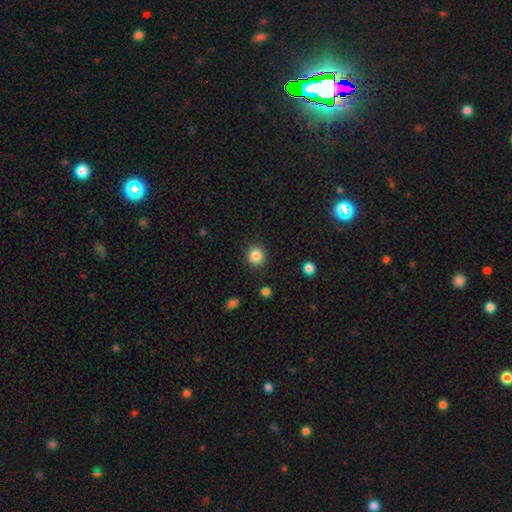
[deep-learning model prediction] This appears to be a smooth galaxy with no disk features (85%) that is round (91%). Merging: none (89%).